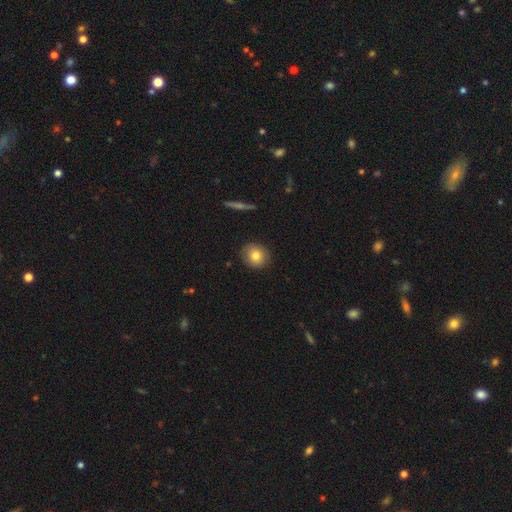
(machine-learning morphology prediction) Smooth or featured?
  - smooth: 78% *
  - featured or disk: 13%
  - star or artifact: 9%
How rounded?
  - round: 83% *
  - in between: 16%
  - cigar-shaped: 1%
Merging?
  - none: 88% *
  - minor disturbance: 9%
  - major disturbance: 2%
  - merger: 1%